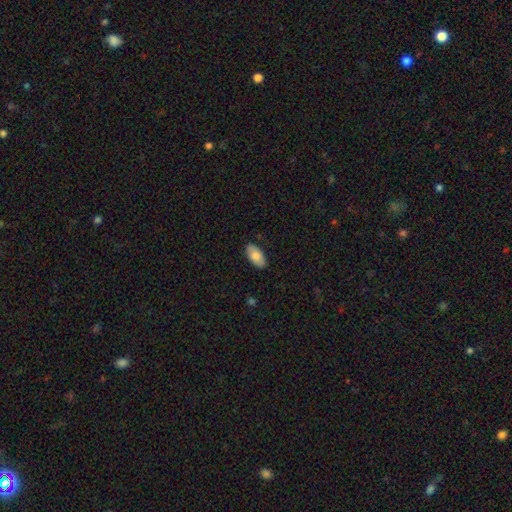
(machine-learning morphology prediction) smooth-or-featured: smooth: 79% | featured or disk: 15% | star or artifact: 6%
  how-rounded: in between: 95% | cigar-shaped: 3% | round: 3%
  merging: none: 86% | minor disturbance: 11% | major disturbance: 2% | merger: 1%